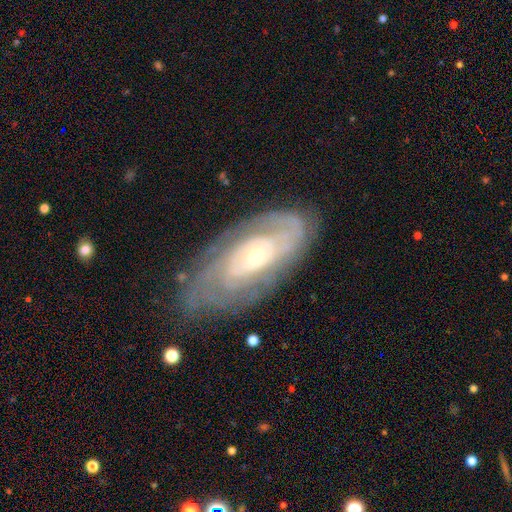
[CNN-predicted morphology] This is clearly a featured or disk galaxy (82%). It is clearly not viewed edge-on (92%). Bar: likely no (72%). Spiral arm pattern: clearly yes (91%). Spiral arm count: possibly can't tell (47%). Spiral winding: likely tight (72%). Central bulge: likely small (66%). Merging: likely none (72%).